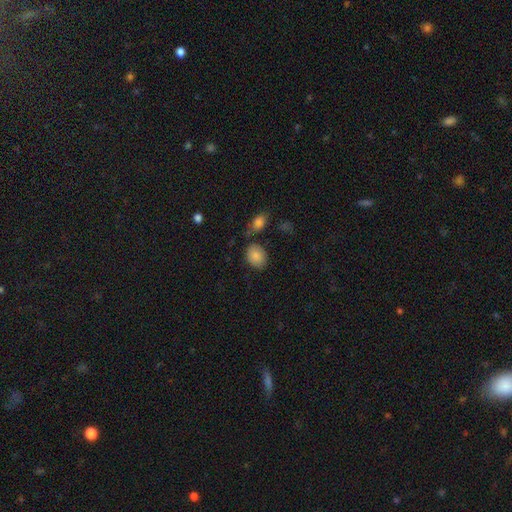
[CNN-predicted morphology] smooth-or-featured: smooth: 86% | star or artifact: 8% | featured or disk: 6%
  how-rounded: in between: 62% | round: 37% | cigar-shaped: 1%
  merging: none: 73% | minor disturbance: 15% | merger: 8% | major disturbance: 4%